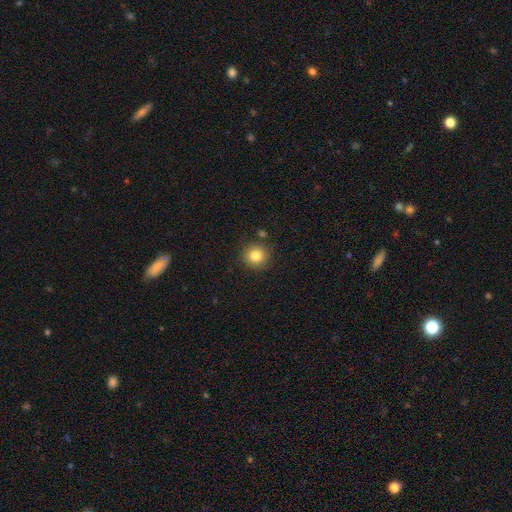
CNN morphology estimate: The model was most divided on "smooth or featured": smooth: 83%, star or artifact: 11%, featured or disk: 6%. More confident: how rounded — round (92%); merging — none (86%).